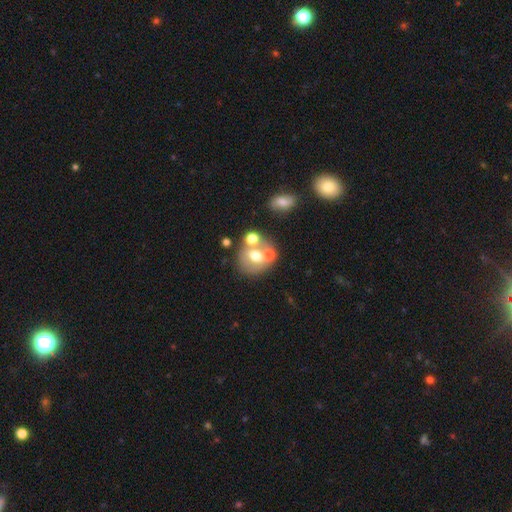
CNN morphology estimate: The model was most divided on "merging": none: 46%, merger: 36%, minor disturbance: 12%, major disturbance: 6%. More confident: how rounded — round (69%); smooth or featured — smooth (54%).